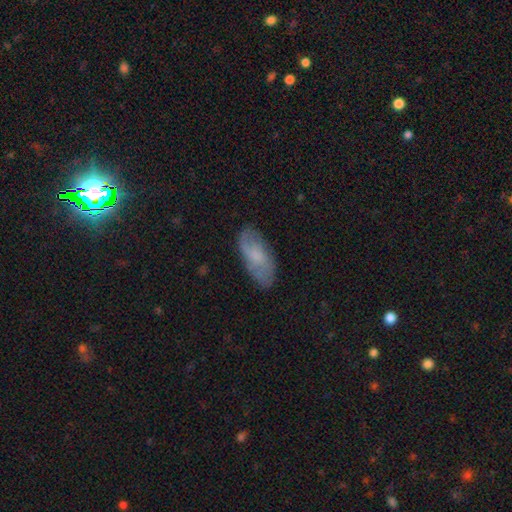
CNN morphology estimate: A smooth galaxy with no disk features (51%) that is in between round and cigar-shaped (86%).

Vote fractions:
- Smooth or featured? smooth: 51% / featured or disk: 41% / star or artifact: 8%
- How rounded? in between: 86% / cigar-shaped: 12% / round: 3%
- Merging? none: 74% / minor disturbance: 19% / major disturbance: 6% / merger: 1%